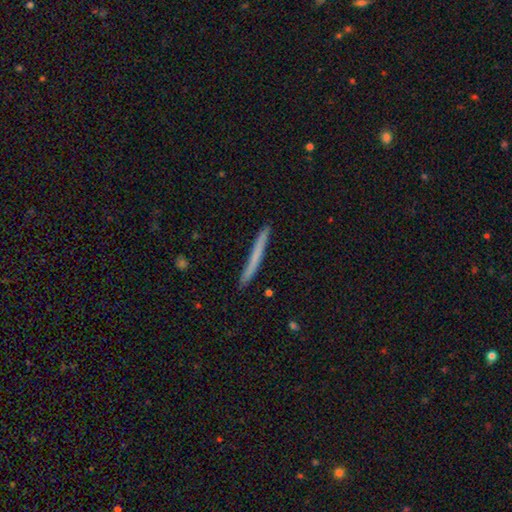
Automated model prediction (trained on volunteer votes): Q: Smooth or featured?
A: smooth (62%); runner-up: featured or disk (32%)
Q: How rounded?
A: cigar-shaped (97%); runner-up: in between (2%)
Q: Merging?
A: none (90%); runner-up: minor disturbance (7%)